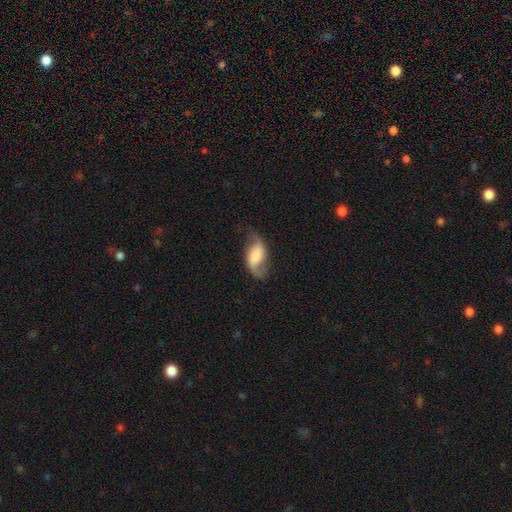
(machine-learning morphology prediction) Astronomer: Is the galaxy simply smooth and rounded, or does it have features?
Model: featured or disk — 70%.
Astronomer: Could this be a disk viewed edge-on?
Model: no — 95%.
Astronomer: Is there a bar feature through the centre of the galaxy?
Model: weak — 40% (runner-up: no, 37%).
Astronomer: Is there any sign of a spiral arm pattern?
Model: yes — 93%.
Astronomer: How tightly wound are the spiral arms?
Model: loose — 77%.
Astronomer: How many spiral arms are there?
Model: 2 — 89%.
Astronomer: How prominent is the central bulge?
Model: large — 31% (runner-up: none, 22%).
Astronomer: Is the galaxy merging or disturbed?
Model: none — 63%.